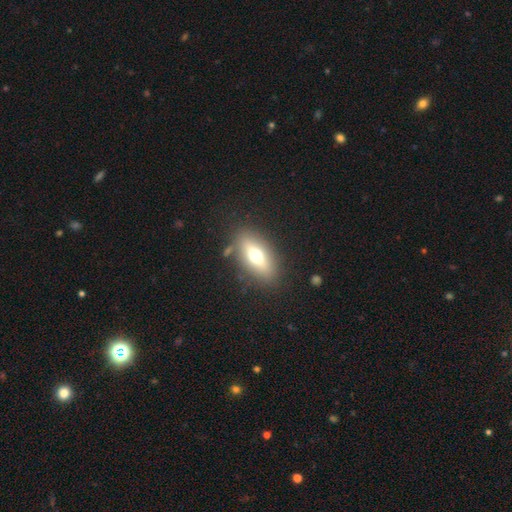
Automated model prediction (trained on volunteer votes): This appears to be a smooth galaxy with no disk features (59%) that is in between round and cigar-shaped (79%). Merging: none (81%).